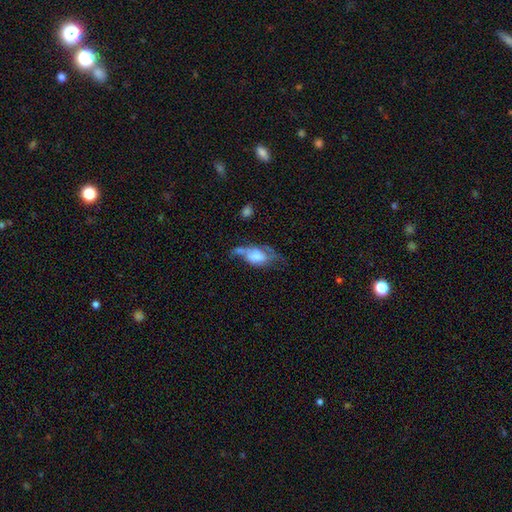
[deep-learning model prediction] A featured or disk galaxy (48%). Merging: major disturbance (38%).